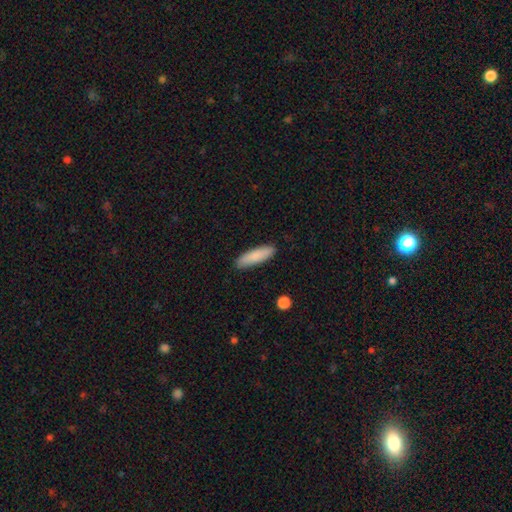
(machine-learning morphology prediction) Overall: smooth (86%). How rounded: cigar-shaped (63%; in between 36%). Merging: none (89%).